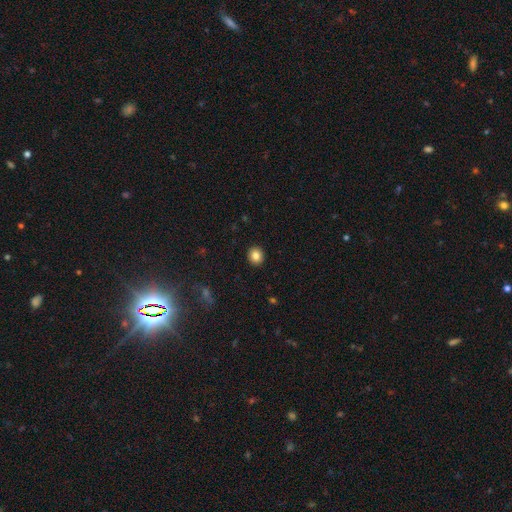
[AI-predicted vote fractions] Overall: smooth (84%). How rounded: round (82%). Merging: none (92%).